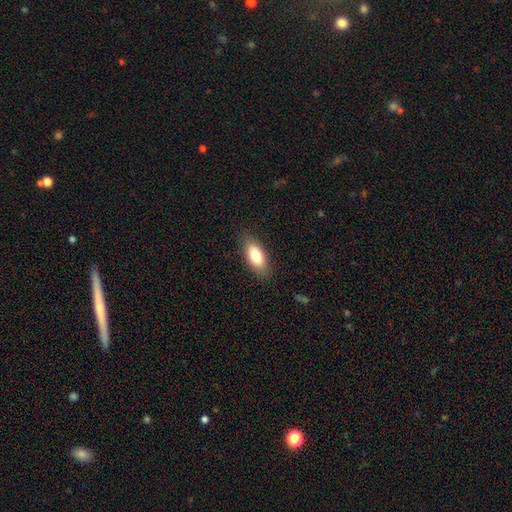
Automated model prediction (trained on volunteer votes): Overall: smooth (79%). How rounded: in between (81%). Merging: none (85%).